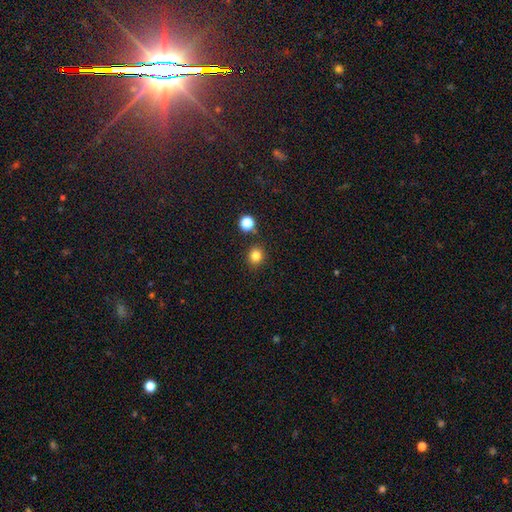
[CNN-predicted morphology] Smooth or featured?
  - smooth: 82% *
  - star or artifact: 13%
  - featured or disk: 5%
How rounded?
  - round: 84% *
  - in between: 15%
  - cigar-shaped: 1%
Merging?
  - none: 87% *
  - minor disturbance: 7%
  - merger: 4%
  - major disturbance: 2%